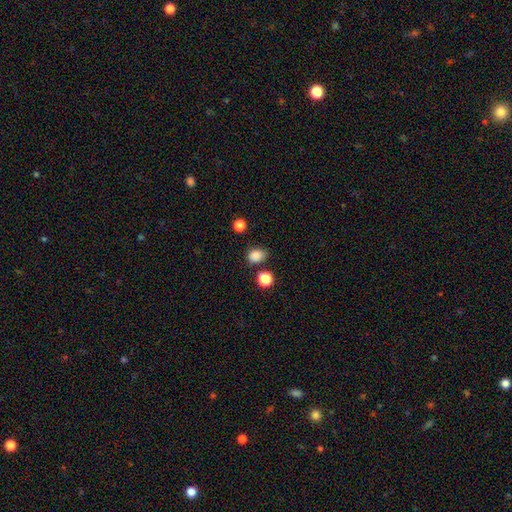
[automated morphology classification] A smooth galaxy with no disk features (84%) that is in between round and cigar-shaped (55%). Merging: none (72%).